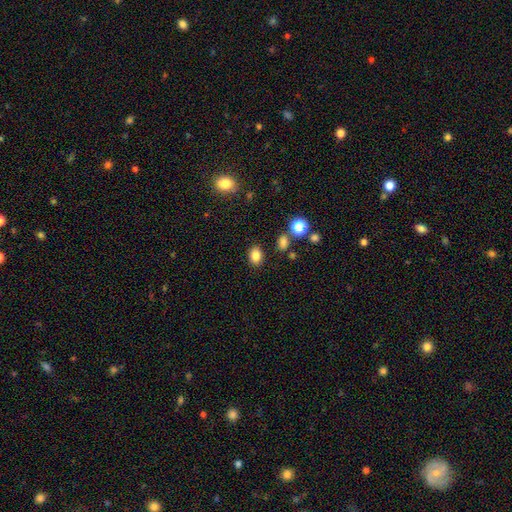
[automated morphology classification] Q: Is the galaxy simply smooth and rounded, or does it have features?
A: smooth — 83%.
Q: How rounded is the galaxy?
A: in between — 67%.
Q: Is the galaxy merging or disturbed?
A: none — 86%.